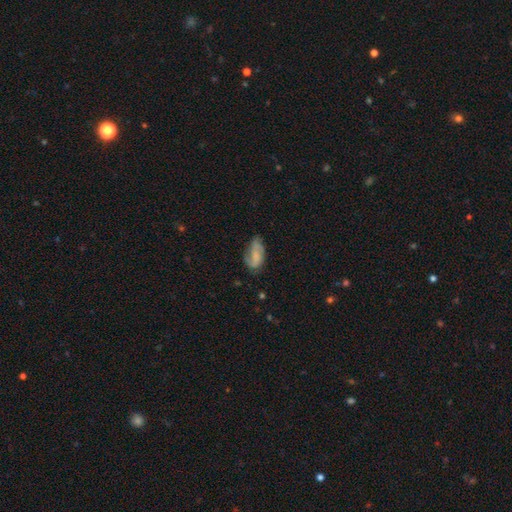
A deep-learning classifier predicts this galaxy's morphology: Overall: smooth (48%; featured or disk 44%). Merging: none (51%; minor disturbance 30%).